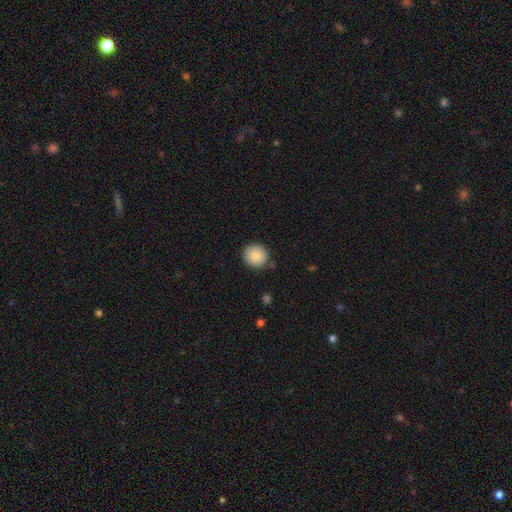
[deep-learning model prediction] A smooth galaxy with no disk features (86%) that is round (86%).

Vote fractions:
- Smooth or featured? smooth: 86% / star or artifact: 8% / featured or disk: 6%
- How rounded? round: 86% / in between: 13% / cigar-shaped: 1%
- Merging? none: 86% / minor disturbance: 9% / major disturbance: 2% / merger: 2%